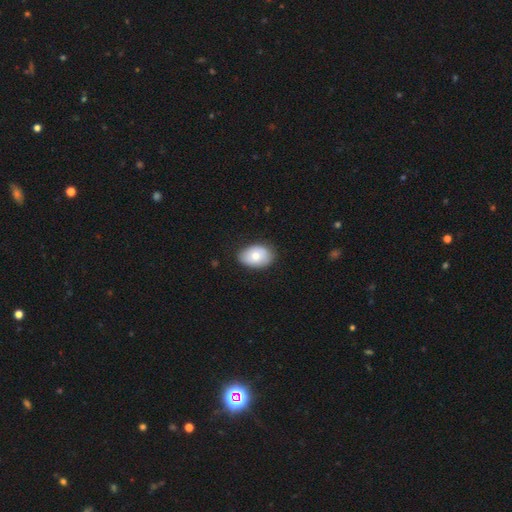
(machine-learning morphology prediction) smooth_or_featured: smooth (p=0.75) [alt: featured or disk p=0.19]
how_rounded: in between (p=0.86) [alt: round p=0.13]
merging: none (p=0.82) [alt: minor disturbance p=0.14]